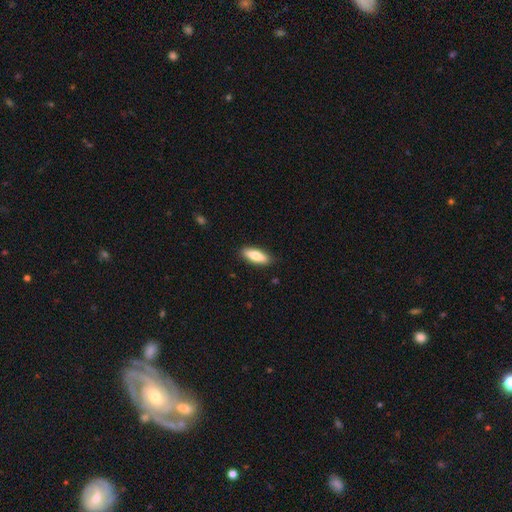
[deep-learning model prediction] Morphology: type=smooth (74%); roundness=in between (62%); merging=none (89%).